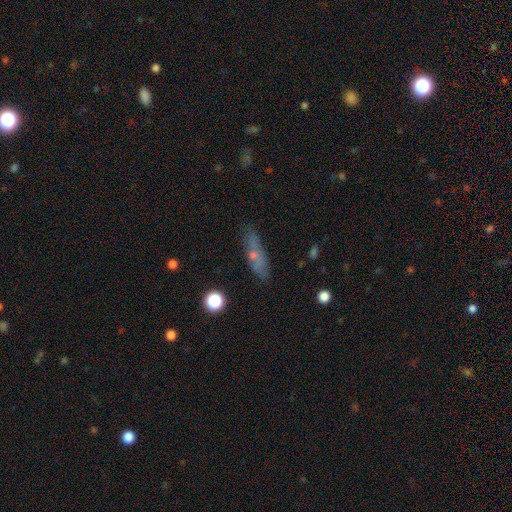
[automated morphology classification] A smooth galaxy with no disk features (51%) that is cigar-shaped (66%). Merging: none (78%).